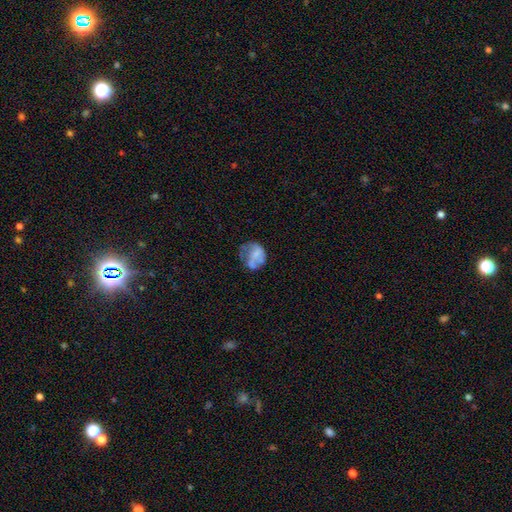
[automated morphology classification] The model was most divided on "merging": none: 35%, major disturbance: 30%, minor disturbance: 29%, merger: 6%. More confident: how rounded — round (54%); smooth or featured — smooth (51%).